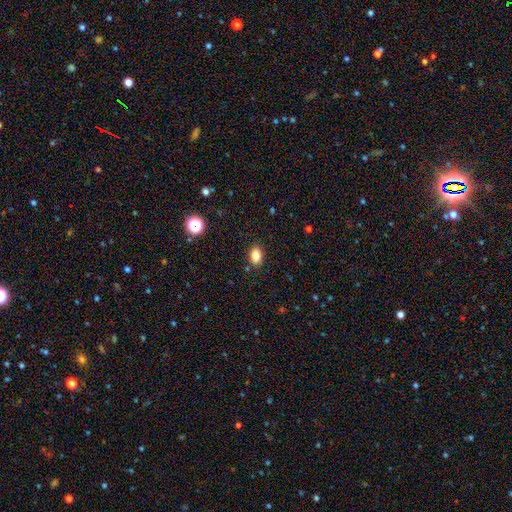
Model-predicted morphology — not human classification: A smooth galaxy with no disk features (83%) that is in between round and cigar-shaped (83%).

Vote fractions:
- Smooth or featured? smooth: 83% / star or artifact: 10% / featured or disk: 6%
- How rounded? in between: 83% / round: 16% / cigar-shaped: 1%
- Merging? none: 87% / minor disturbance: 9% / major disturbance: 2% / merger: 2%